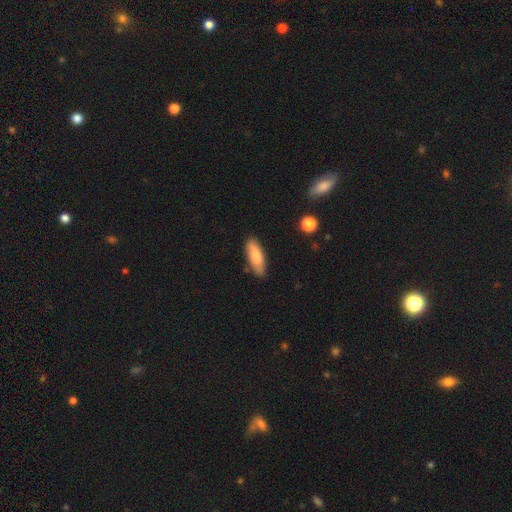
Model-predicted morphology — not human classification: A smooth galaxy with no disk features (79%) that is in between round and cigar-shaped (59%).

Vote fractions:
- Smooth or featured? smooth: 79% / featured or disk: 15% / star or artifact: 6%
- How rounded? in between: 59% / cigar-shaped: 39% / round: 2%
- Merging? none: 81% / minor disturbance: 15% / major disturbance: 2% / merger: 2%